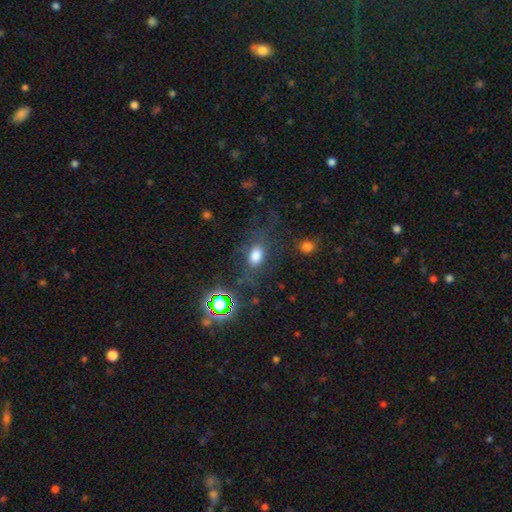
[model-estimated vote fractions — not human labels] The model was most divided on "merging": none: 63%, minor disturbance: 18%, major disturbance: 16%, merger: 4%. More confident: how rounded — in between (80%); smooth or featured — smooth (67%).